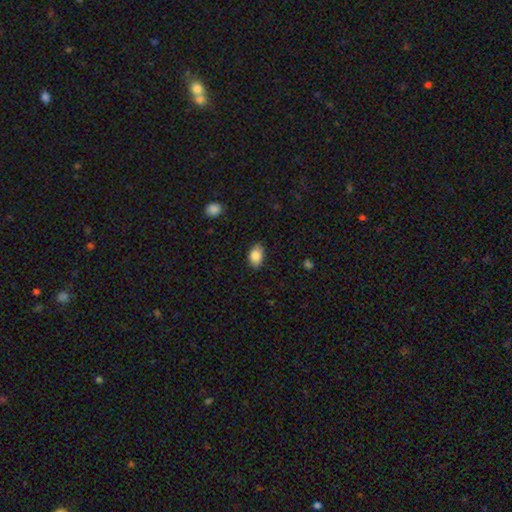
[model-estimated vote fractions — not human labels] smooth_or_featured: smooth (p=0.86) [alt: star or artifact p=0.08]
how_rounded: in between (p=0.86) [alt: round p=0.13]
merging: none (p=0.76) [alt: minor disturbance p=0.19]